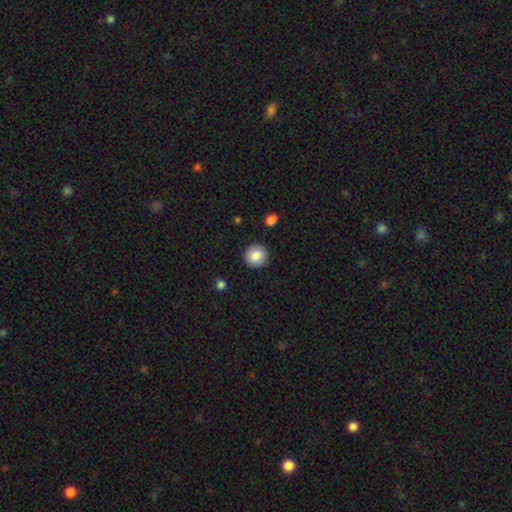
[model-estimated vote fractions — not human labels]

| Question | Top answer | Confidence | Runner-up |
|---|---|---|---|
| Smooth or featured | smooth | 85% | star or artifact (8%) |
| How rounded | round | 94% | in between (5%) |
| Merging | none | 91% | minor disturbance (6%) |